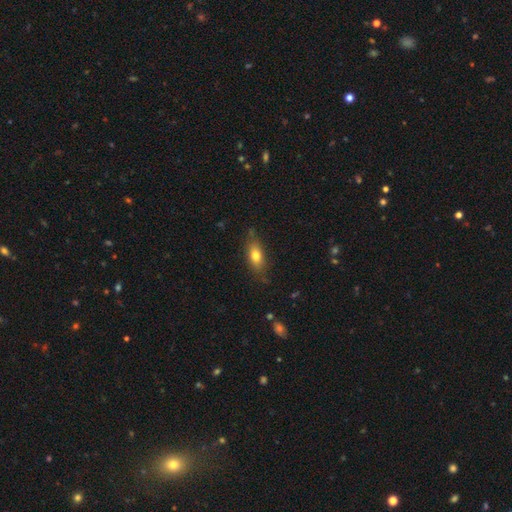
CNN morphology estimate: type=smooth (76%); roundness=in between (80%); merging=none (74%).